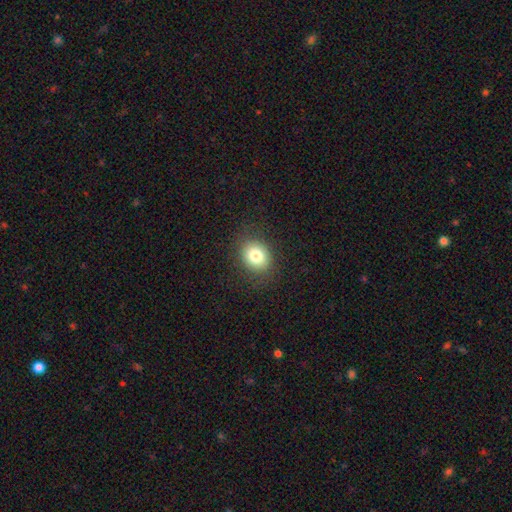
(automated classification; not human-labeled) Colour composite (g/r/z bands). It shows a smooth galaxy with no disk features (81%) that is round (60%). Merging: none (86%).